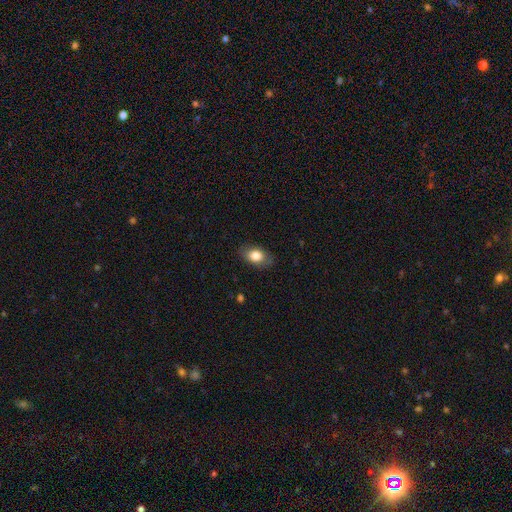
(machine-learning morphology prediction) Overall: smooth (81%). How rounded: in between (86%). Merging: none (80%).